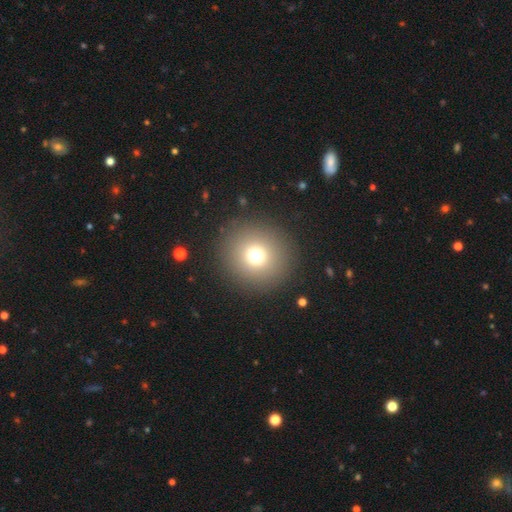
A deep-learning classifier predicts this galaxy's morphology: This is likely a smooth galaxy (73%). How rounded: clearly round (90%). Merging: clearly none (90%).